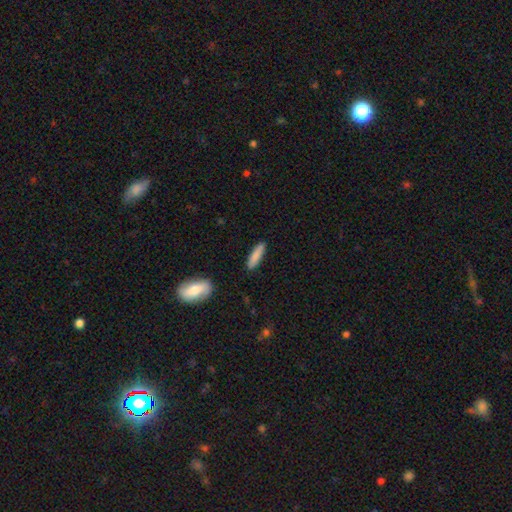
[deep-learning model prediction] A smooth galaxy with no disk features (84%) that is cigar-shaped (77%).

Vote fractions:
- Smooth or featured? smooth: 84% / featured or disk: 10% / star or artifact: 6%
- How rounded? cigar-shaped: 77% / in between: 21% / round: 2%
- Merging? none: 89% / minor disturbance: 8% / major disturbance: 2% / merger: 2%